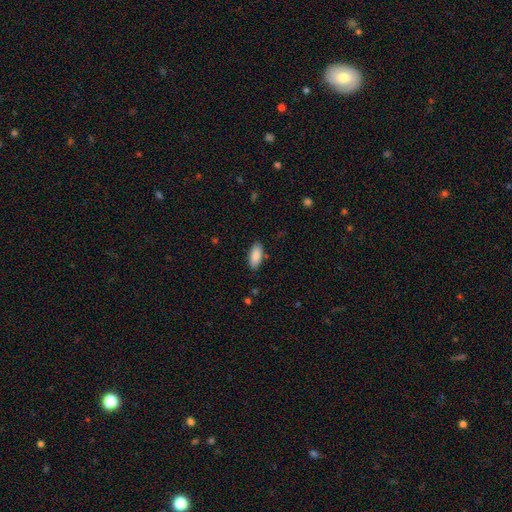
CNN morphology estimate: This is clearly a smooth galaxy (89%). How rounded: clearly in between (87%). Merging: clearly none (85%).